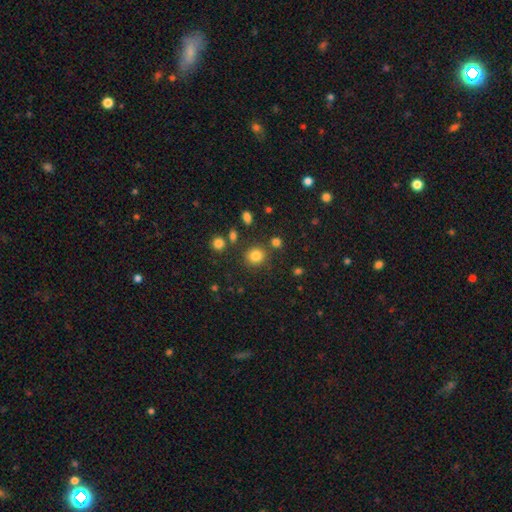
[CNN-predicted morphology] smooth-or-featured: smooth: 82% | star or artifact: 13% | featured or disk: 5%
  how-rounded: round: 85% | in between: 14% | cigar-shaped: 1%
  merging: none: 82% | minor disturbance: 8% | merger: 6% | major disturbance: 4%